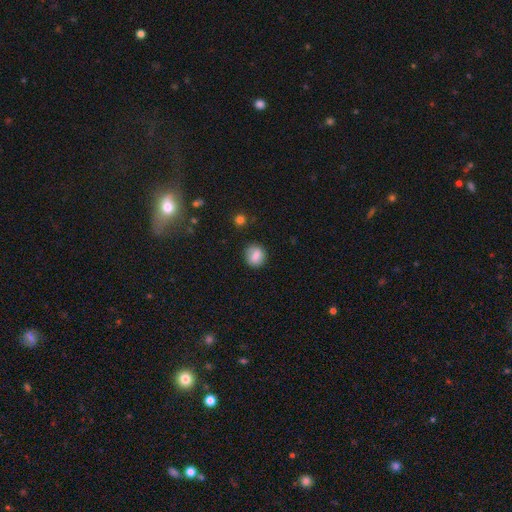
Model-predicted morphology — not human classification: Smooth or featured: smooth — 80% (featured or disk — 11%)
How rounded: round — 76% (in between — 23%)
Merging: none — 83% (minor disturbance — 12%)